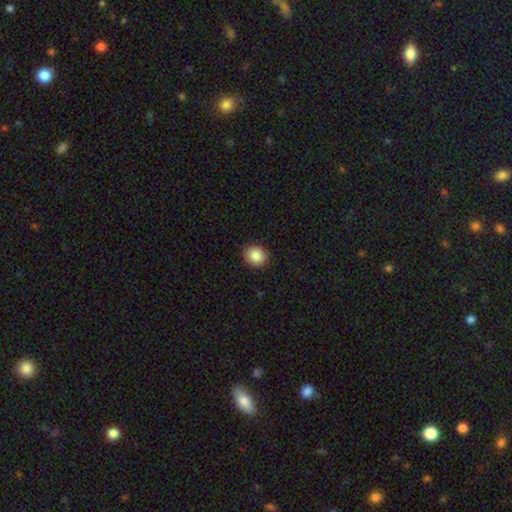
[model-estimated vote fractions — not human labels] This is clearly a smooth galaxy (87%). How rounded: likely round (77%). Merging: clearly none (91%).